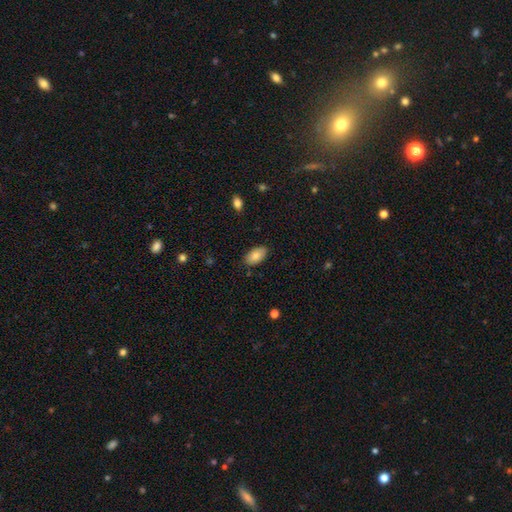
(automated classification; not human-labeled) A smooth galaxy with no disk features (81%) that is in between round and cigar-shaped (94%).

Vote fractions:
- Smooth or featured? smooth: 81% / featured or disk: 12% / star or artifact: 7%
- How rounded? in between: 94% / round: 4% / cigar-shaped: 2%
- Merging? none: 85% / minor disturbance: 12% / major disturbance: 2% / merger: 1%